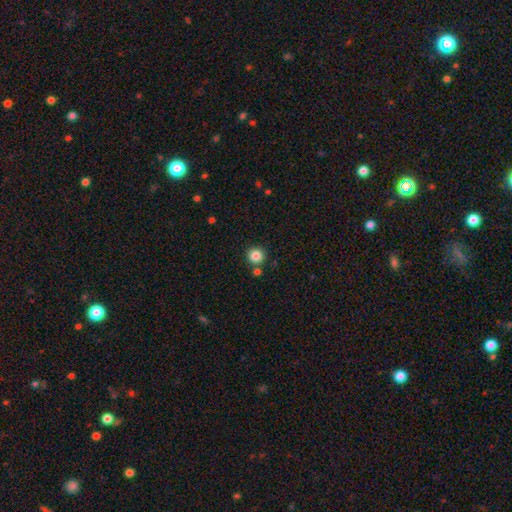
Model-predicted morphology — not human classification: smooth 85%, star or artifact 11%, featured or disk 4%. Down the decision tree: how rounded — round (94%); merging — none (84%).